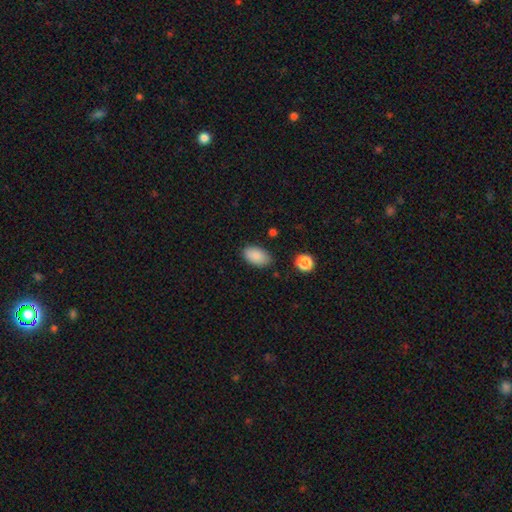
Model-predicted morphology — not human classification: Overall: smooth (88%). How rounded: in between (93%). Merging: none (81%).